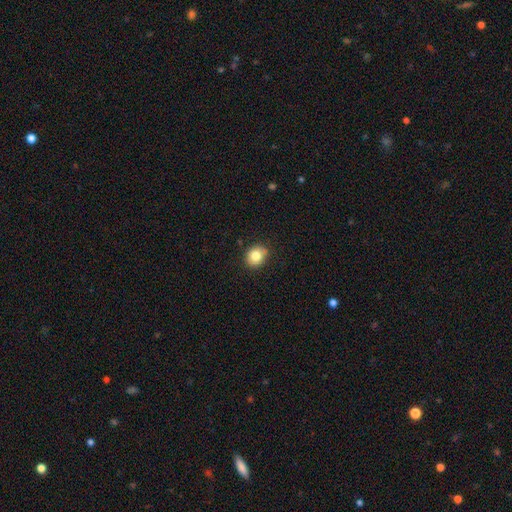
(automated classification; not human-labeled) Q: Smooth or featured?
A: smooth (82%); runner-up: star or artifact (10%)
Q: How rounded?
A: round (63%); runner-up: in between (36%)
Q: Merging?
A: none (85%); runner-up: minor disturbance (11%)